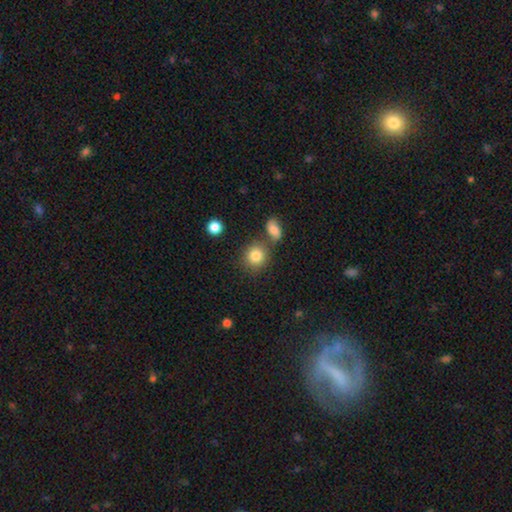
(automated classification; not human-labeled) Smooth or featured: smooth — 83% (star or artifact — 10%)
How rounded: round — 82% (in between — 17%)
Merging: none — 71% (merger — 16%)